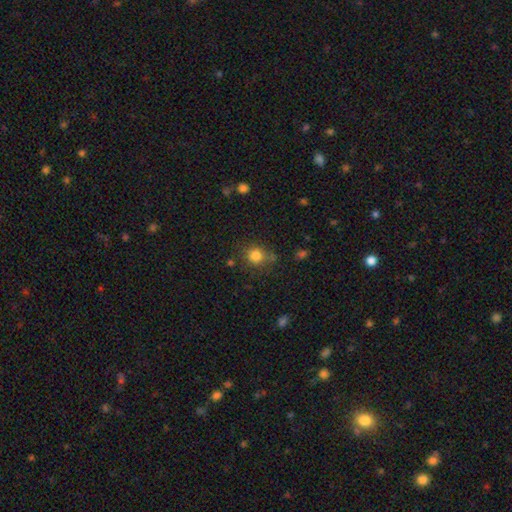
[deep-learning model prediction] The model was most divided on "merging": none: 73%, minor disturbance: 16%, merger: 6%, major disturbance: 5%. More confident: how rounded — round (84%); smooth or featured — smooth (81%).